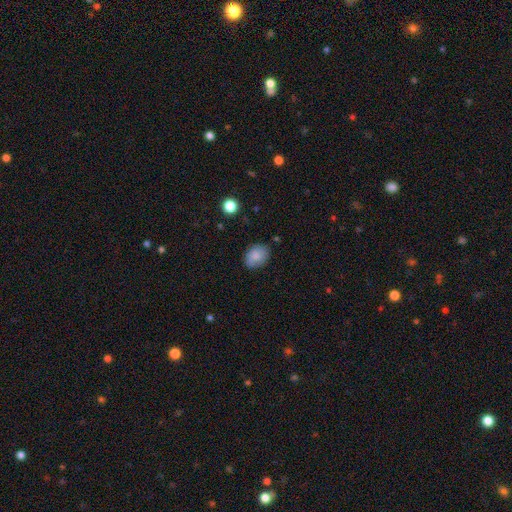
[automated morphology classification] This is clearly a smooth galaxy (82%). How rounded: likely in between (68%). Merging: likely none (75%).